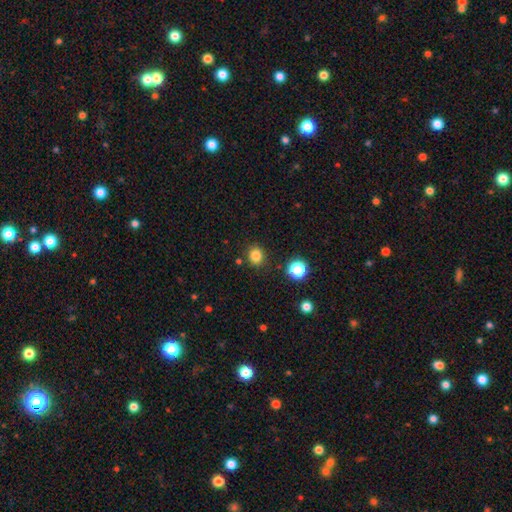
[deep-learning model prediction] smooth_or_featured: smooth (p=0.82) [alt: star or artifact p=0.14]
how_rounded: round (p=0.75) [alt: in between p=0.24]
merging: none (p=0.86) [alt: minor disturbance p=0.09]